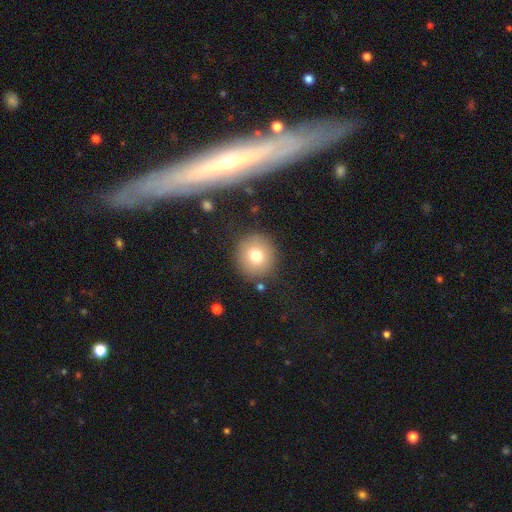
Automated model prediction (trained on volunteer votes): smooth_or_featured: smooth (p=0.74) [alt: featured or disk p=0.14]
how_rounded: round (p=0.92) [alt: in between p=0.07]
merging: none (p=0.86) [alt: minor disturbance p=0.09]